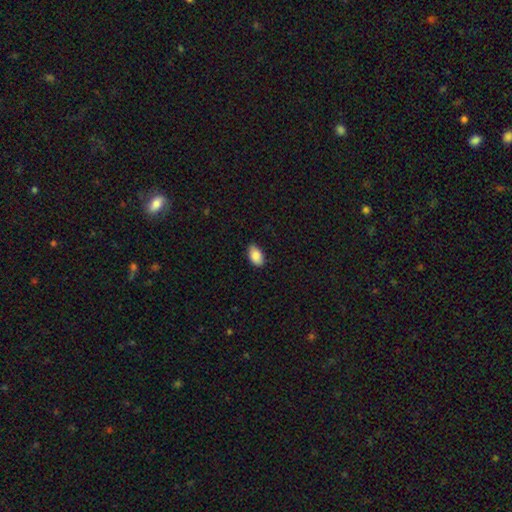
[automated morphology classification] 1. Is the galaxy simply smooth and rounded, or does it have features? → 87% smooth, 7% star or artifact, 6% featured or disk.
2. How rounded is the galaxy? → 93% in between, 5% round, 2% cigar-shaped.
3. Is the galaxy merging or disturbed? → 83% none, 13% minor disturbance, 2% major disturbance, 1% merger.